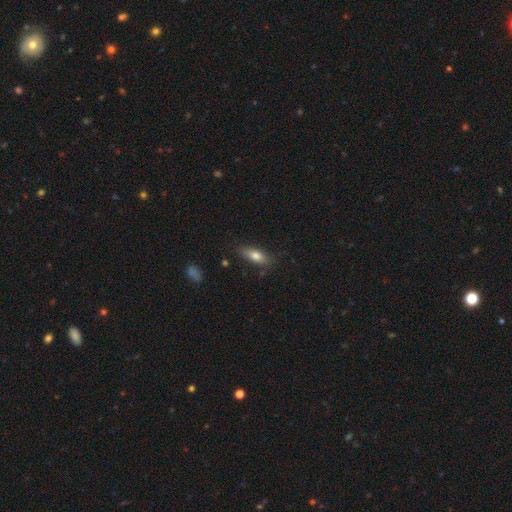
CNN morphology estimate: Overall: smooth (76%). How rounded: in between (67%; cigar-shaped 30%). Merging: none (78%).